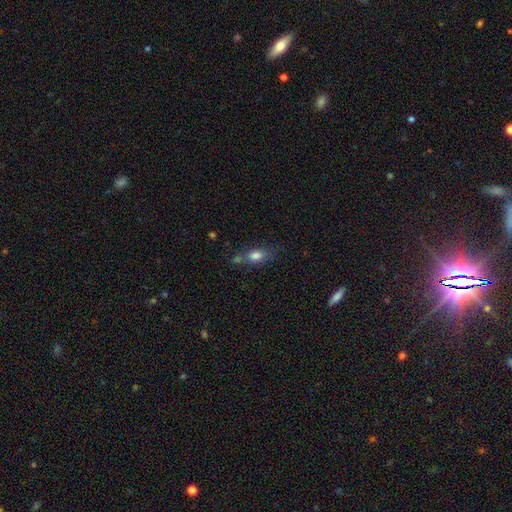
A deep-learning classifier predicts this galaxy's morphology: Smooth or featured: smooth — 77% (featured or disk — 13%)
How rounded: in between — 76% (round — 12%)
Merging: none — 49% (merger — 22%)